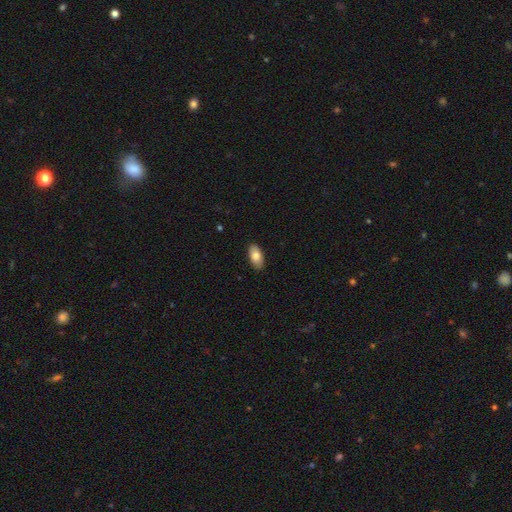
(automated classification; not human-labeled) Smooth or featured?
  - smooth: 82% *
  - featured or disk: 11%
  - star or artifact: 6%
How rounded?
  - in between: 93% *
  - cigar-shaped: 5%
  - round: 3%
Merging?
  - none: 88% *
  - minor disturbance: 9%
  - major disturbance: 2%
  - merger: 1%